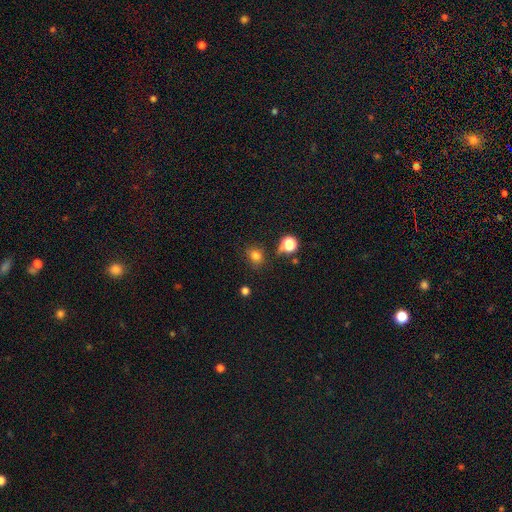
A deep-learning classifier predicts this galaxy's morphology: A smooth galaxy with no disk features (77%) that is round (68%). Merging: none (73%).